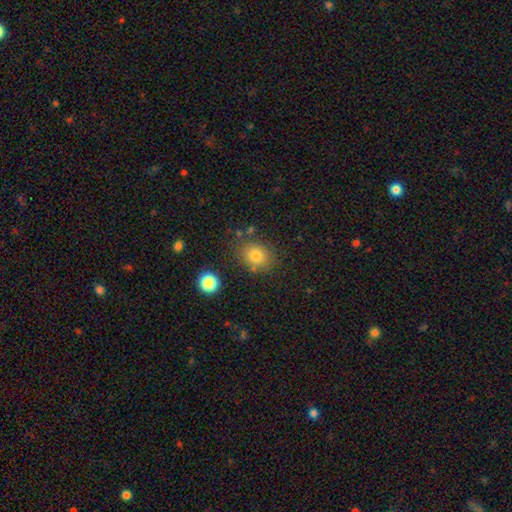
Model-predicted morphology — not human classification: This is likely a smooth galaxy (79%). How rounded: likely round (61%). Merging: likely none (76%).